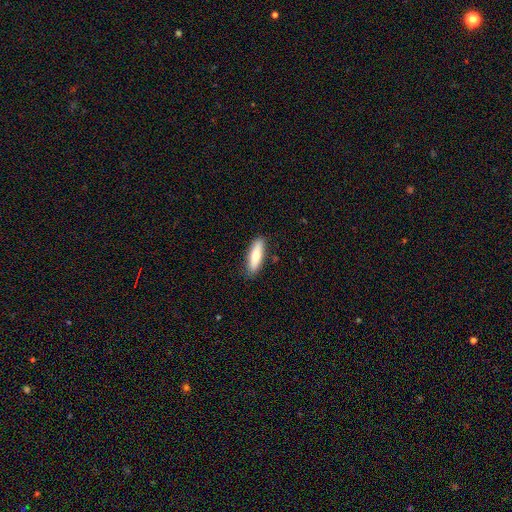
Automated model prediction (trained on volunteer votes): Smooth or featured? Predicted: smooth (p=0.69). How rounded? Predicted: cigar-shaped (p=0.54). Merging? Predicted: none (p=0.87).